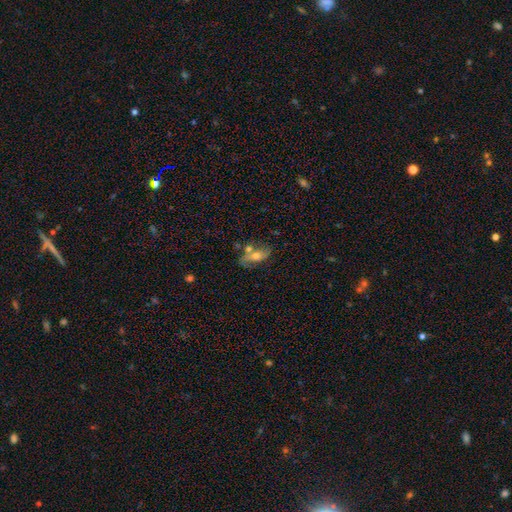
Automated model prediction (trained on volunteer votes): Smooth or featured: featured or disk — 52% (smooth — 38%)
Edge-on disk: no — 86% (yes — 14%)
Merging: none — 54% (minor disturbance — 20%)